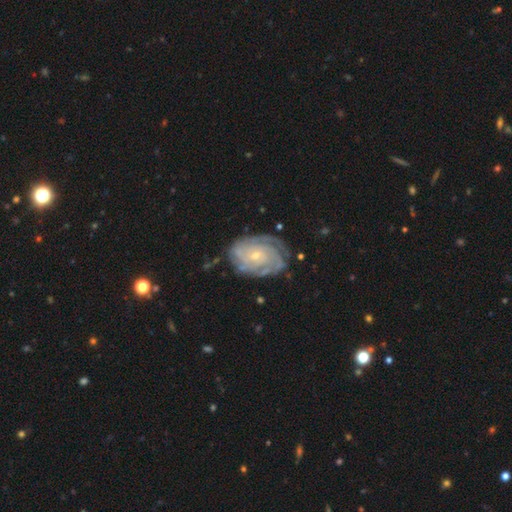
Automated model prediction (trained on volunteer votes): Smooth or featured: featured or disk — 85% (smooth — 9%)
Edge-on disk: no — 97% (yes — 3%)
Bar: no — 74% (weak — 22%)
Spiral arms: yes — 96% (no — 4%)
Spiral winding: tight — 77% (medium — 18%)
Spiral arm count: can't tell — 36% (4 — 19%)
Bulge size: small — 73% (moderate — 23%)
Merging: none — 72% (minor disturbance — 20%)